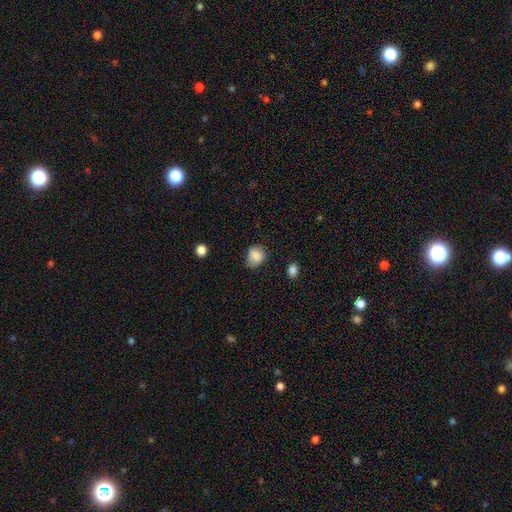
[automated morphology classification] type=smooth (84%); roundness=round (58%); merging=none (60%).